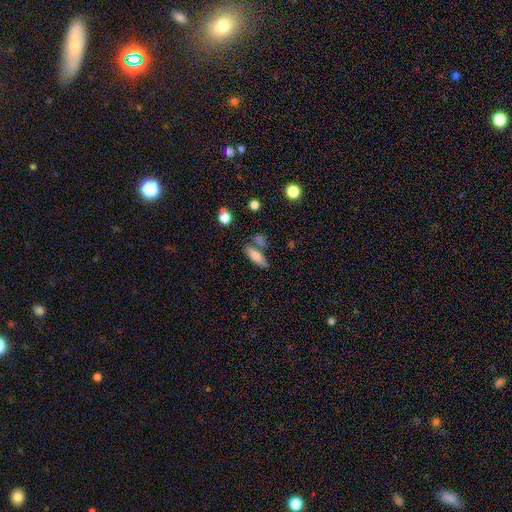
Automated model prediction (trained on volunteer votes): smooth_or_featured: smooth (p=0.76) [alt: featured or disk p=0.15]
how_rounded: in between (p=0.52) [alt: cigar-shaped p=0.45]
merging: none (p=0.61) [alt: merger p=0.18]